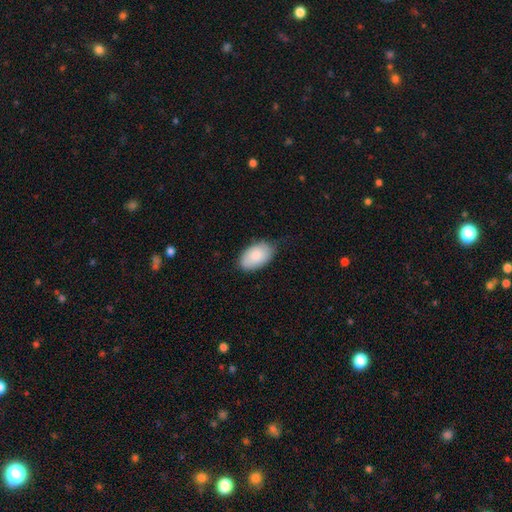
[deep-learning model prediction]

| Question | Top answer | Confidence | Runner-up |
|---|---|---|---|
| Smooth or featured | smooth | 86% | featured or disk (8%) |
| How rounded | in between | 94% | round (5%) |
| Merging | none | 70% | minor disturbance (25%) |